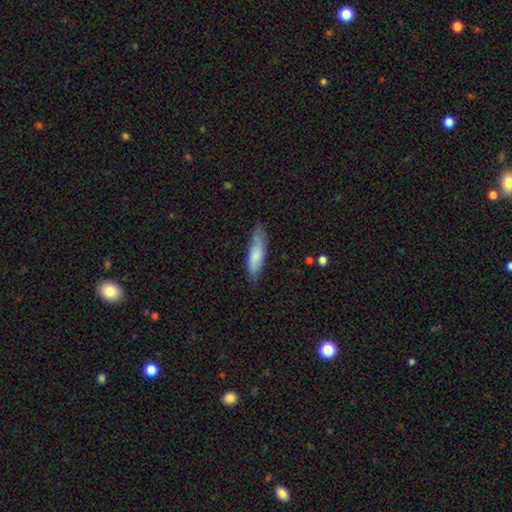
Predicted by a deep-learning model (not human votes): This is likely a smooth galaxy (73%). How rounded: likely cigar-shaped (63%). Merging: likely none (73%).